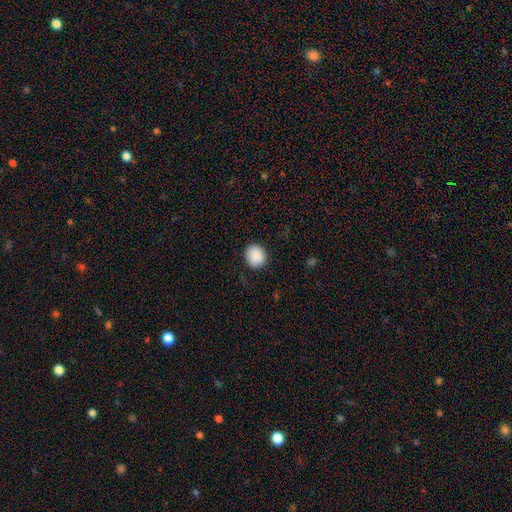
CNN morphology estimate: Overall: smooth (90%). How rounded: round (75%). Merging: none (85%).